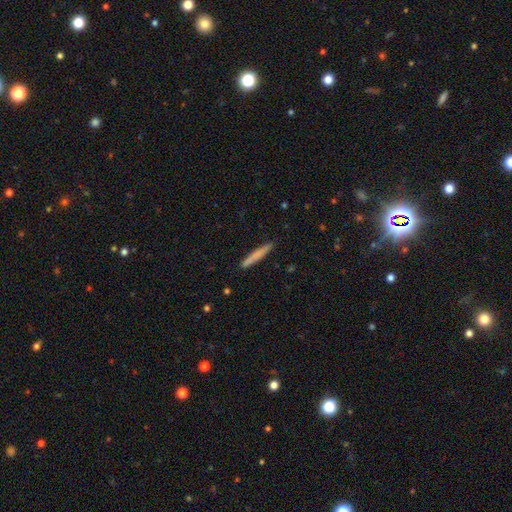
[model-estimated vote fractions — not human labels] A smooth galaxy with no disk features (73%) that is cigar-shaped (96%). Merging: none (91%).